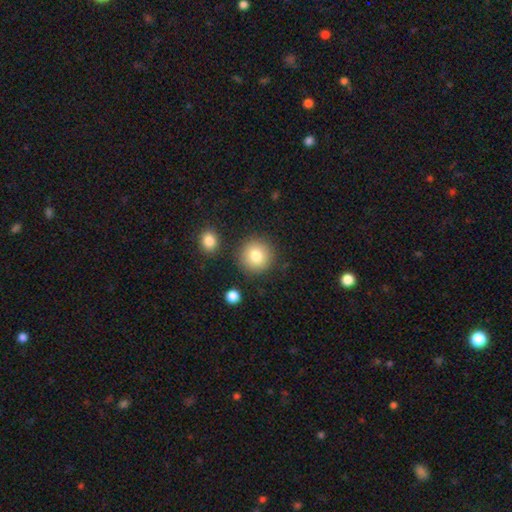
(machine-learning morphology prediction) smooth_or_featured: smooth (p=0.81) [alt: star or artifact p=0.10]
how_rounded: round (p=0.94) [alt: in between p=0.05]
merging: none (p=0.86) [alt: minor disturbance p=0.07]